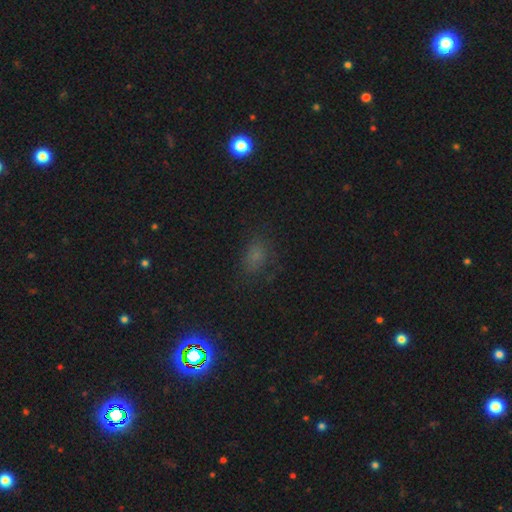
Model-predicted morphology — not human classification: type=smooth (61%); roundness=in between (68%); merging=none (70%).